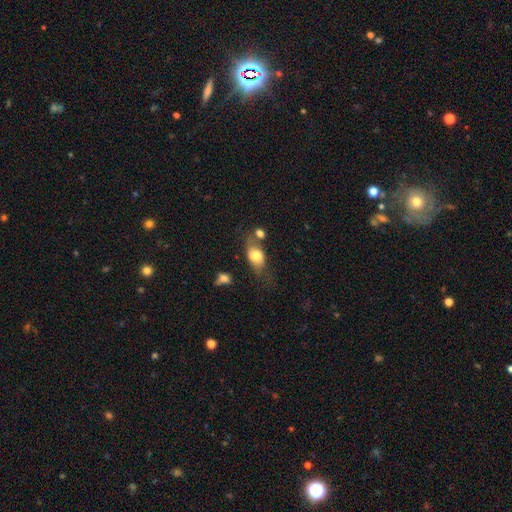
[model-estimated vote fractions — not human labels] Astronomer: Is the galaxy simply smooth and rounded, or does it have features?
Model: smooth — 72%.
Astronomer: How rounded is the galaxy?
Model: in between — 80%.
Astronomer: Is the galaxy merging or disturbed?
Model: none — 49%.